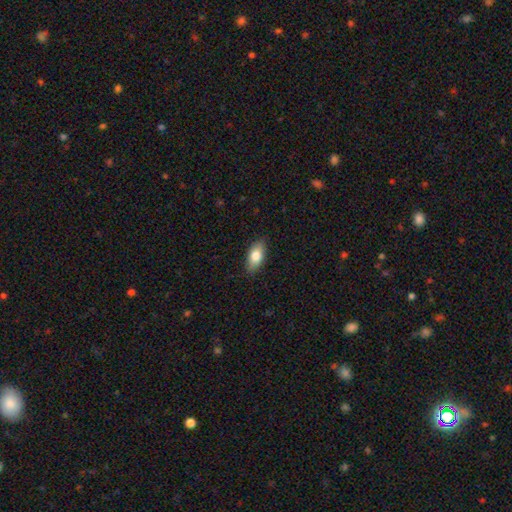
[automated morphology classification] The model was most divided on "smooth or featured": smooth: 79%, featured or disk: 14%, star or artifact: 7%. More confident: how rounded — in between (88%); merging — none (87%).